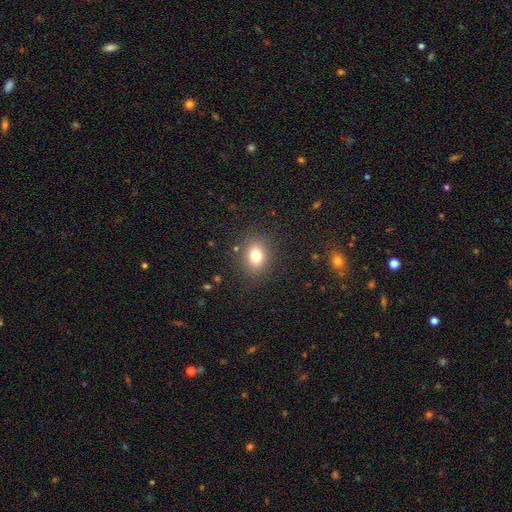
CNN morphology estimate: Smooth or featured? smooth (77%)
How rounded? round (52%)
Merging? none (86%)